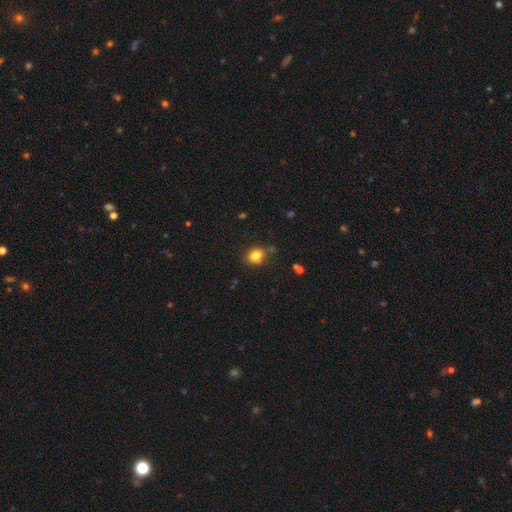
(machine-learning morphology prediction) A smooth galaxy with no disk features (81%) that is in between round and cigar-shaped (54%). Merging: none (72%).